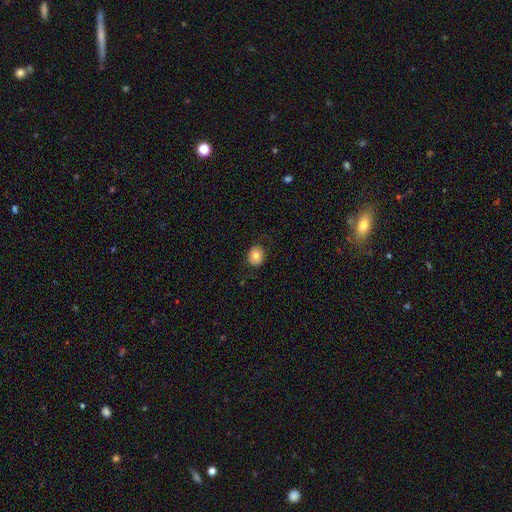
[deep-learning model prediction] Smooth or featured? Predicted: smooth (p=0.76). How rounded? Predicted: round (p=0.65). Merging? Predicted: none (p=0.81).